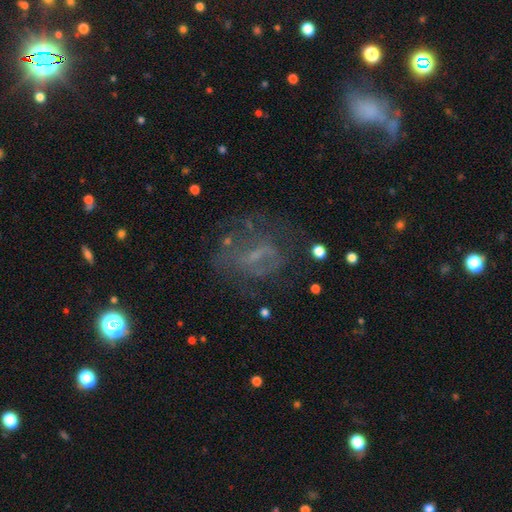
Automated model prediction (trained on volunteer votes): Overall: featured or disk (54%; star or artifact 23%). Edge-on disk: no (95%). Bar: no (43%; weak 39%). Spiral arms: no (55%; yes 45%). Bulge size: small (44%; none 39%). Merging: none (53%; major disturbance 25%).